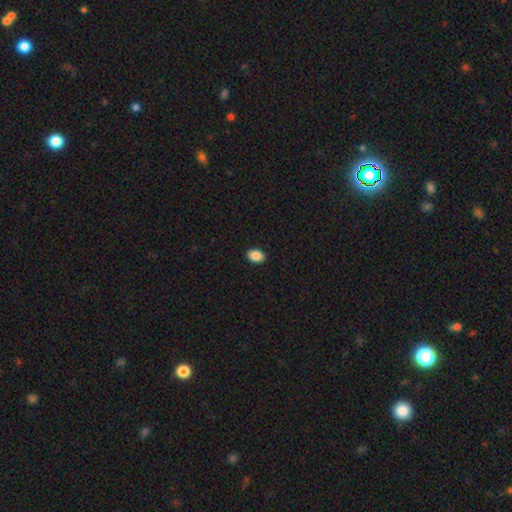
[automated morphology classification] type=smooth (89%); roundness=in between (82%); merging=none (91%).